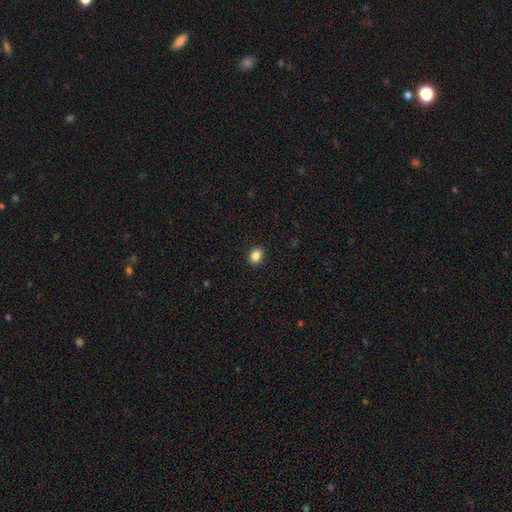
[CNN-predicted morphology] The model was most divided on "how rounded": in between: 59%, round: 40%, cigar-shaped: 1%. More confident: merging — none (91%); smooth or featured — smooth (85%).